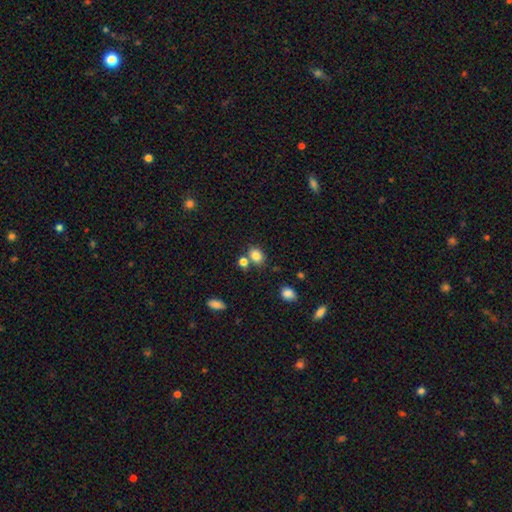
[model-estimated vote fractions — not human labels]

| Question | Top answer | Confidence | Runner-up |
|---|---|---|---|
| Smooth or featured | smooth | 82% | star or artifact (11%) |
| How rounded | in between | 64% | round (35%) |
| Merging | none | 62% | merger (22%) |